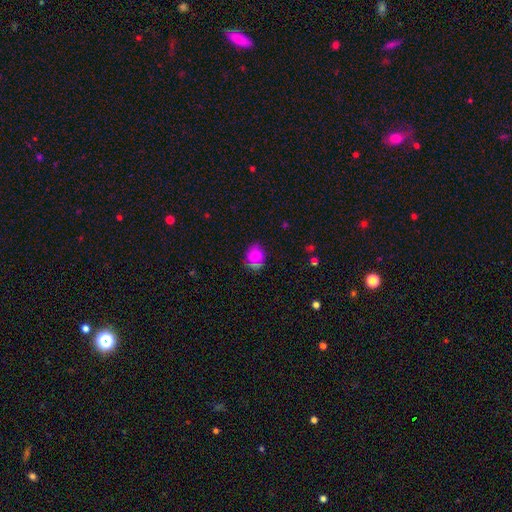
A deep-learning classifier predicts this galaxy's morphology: smooth_or_featured: smooth (p=0.69) [alt: featured or disk p=0.17]
how_rounded: round (p=0.56) [alt: in between p=0.42]
merging: none (p=0.66) [alt: minor disturbance p=0.19]